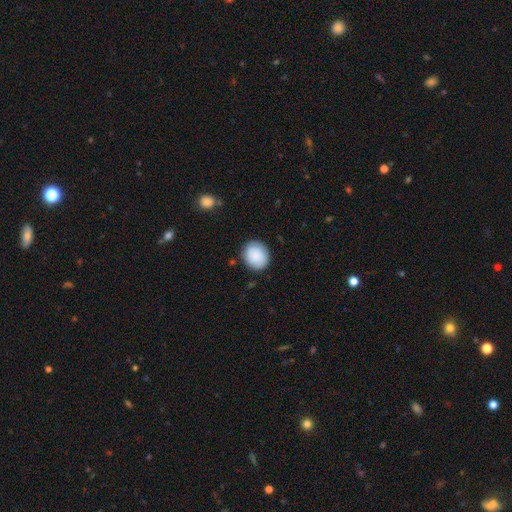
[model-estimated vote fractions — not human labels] Smooth or featured? smooth (86%)
How rounded? round (69%)
Merging? none (84%)